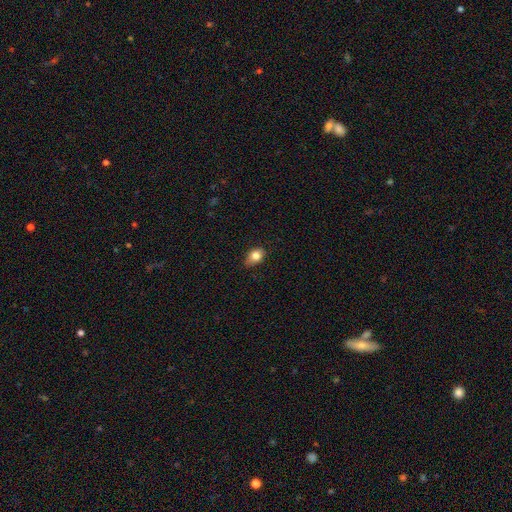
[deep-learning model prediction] Morphology: type=smooth (80%); roundness=in between (72%); merging=none (63%).